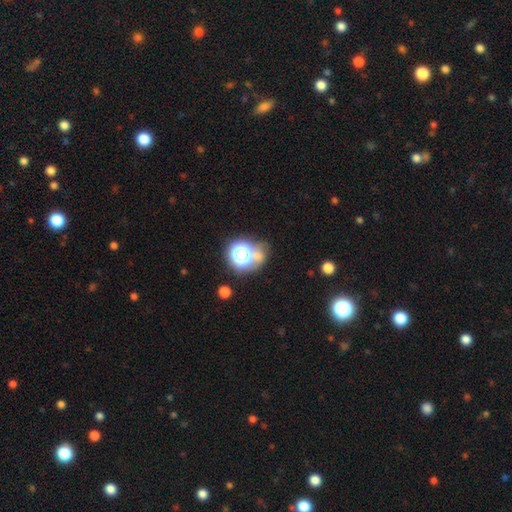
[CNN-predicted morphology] Smooth or featured? smooth (43%)
Merging? none (55%)